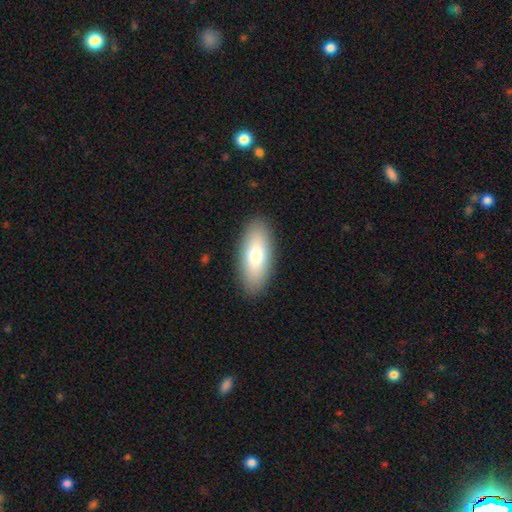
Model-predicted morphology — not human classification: Smooth or featured? Predicted: smooth (p=0.74). How rounded? Predicted: in between (p=0.80). Merging? Predicted: none (p=0.89).